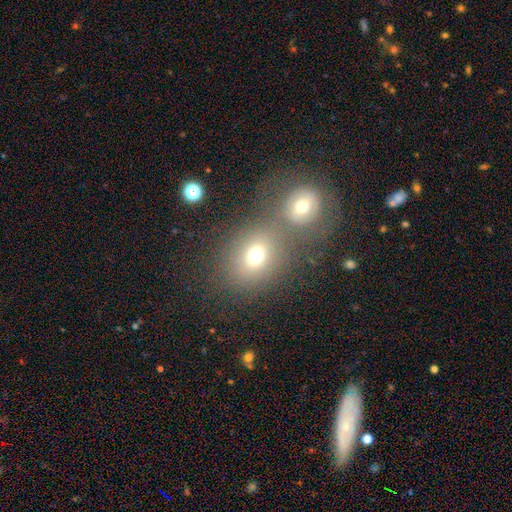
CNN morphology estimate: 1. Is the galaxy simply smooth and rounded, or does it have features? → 71% smooth, 15% star or artifact, 14% featured or disk.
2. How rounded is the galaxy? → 56% round, 43% in between, 1% cigar-shaped.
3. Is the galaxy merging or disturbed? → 51% none, 34% merger, 10% minor disturbance, 5% major disturbance.